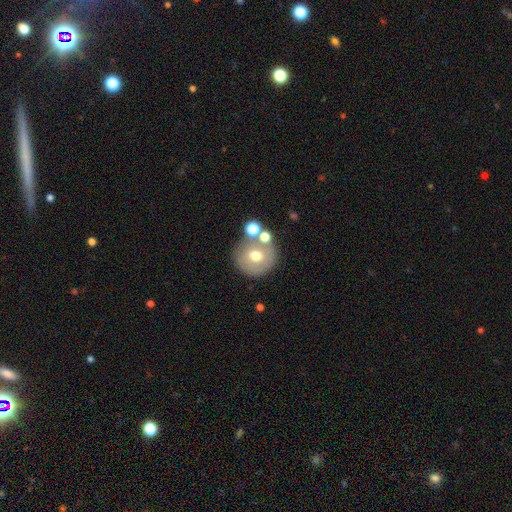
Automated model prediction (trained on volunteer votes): Overall: smooth (62%; featured or disk 27%). How rounded: round (89%). Merging: none (65%).